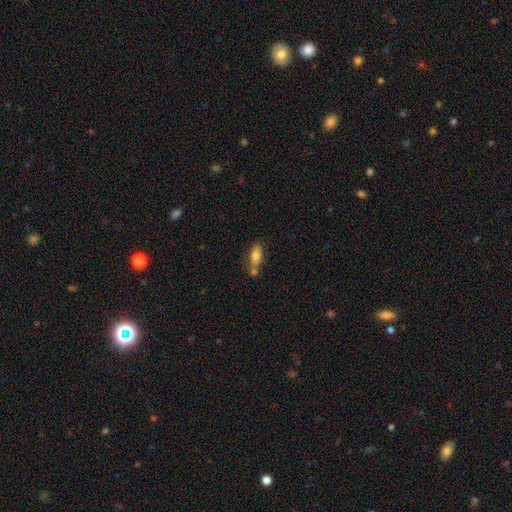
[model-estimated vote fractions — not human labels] Overall: smooth (74%). How rounded: in between (78%). Merging: none (54%; merger 25%).